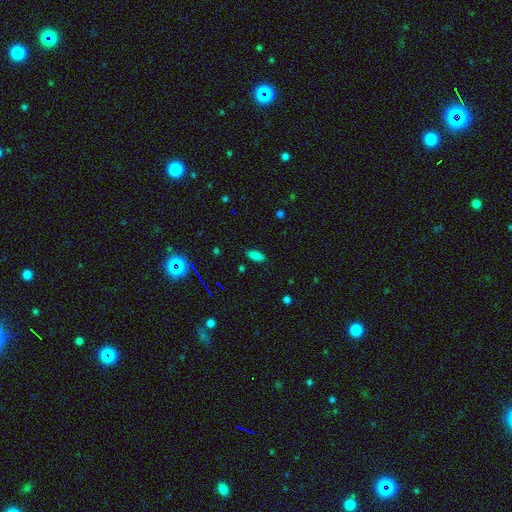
Smooth or featured?
  - smooth: 82% *
  - star or artifact: 10%
  - featured or disk: 8%
How rounded?
  - in between: 91% *
  - round: 6%
  - cigar-shaped: 3%
Merging?
  - none: 97% *
  - minor disturbance: 3%
  - major disturbance: 0%
  - merger: 0%